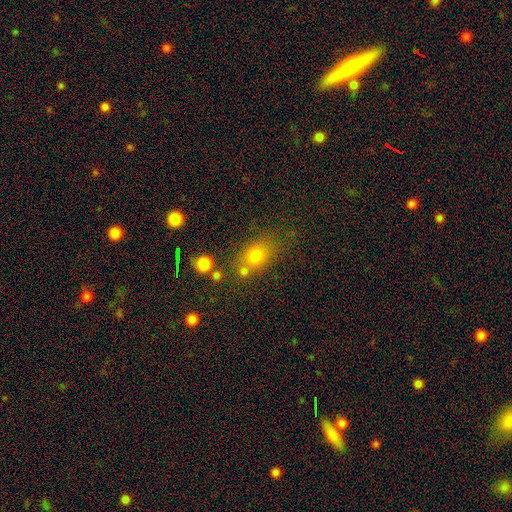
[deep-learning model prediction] smooth-or-featured: smooth: 76% | star or artifact: 14% | featured or disk: 10%
  how-rounded: in between: 52% | round: 45% | cigar-shaped: 3%
  merging: none: 62% | merger: 16% | minor disturbance: 15% | major disturbance: 7%